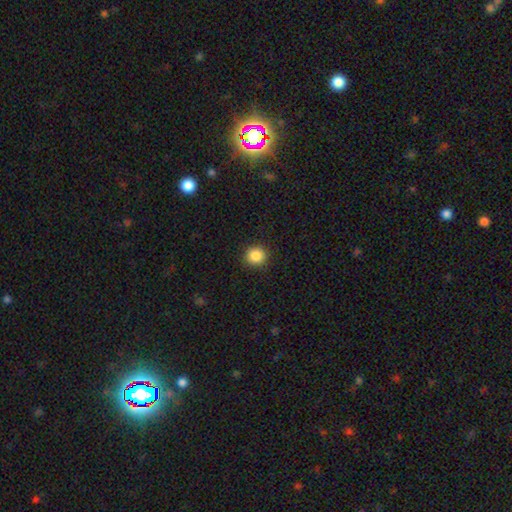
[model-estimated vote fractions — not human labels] Smooth or featured? Predicted: smooth (p=0.87). How rounded? Predicted: round (p=0.93). Merging? Predicted: none (p=0.91).